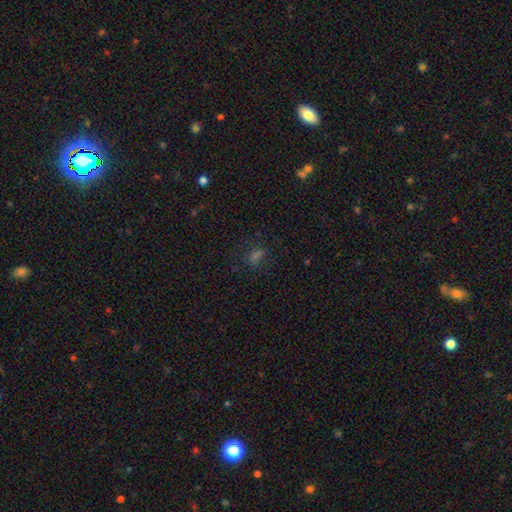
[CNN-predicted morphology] type=smooth (51%); roundness=in between (69%); merging=none (68%).